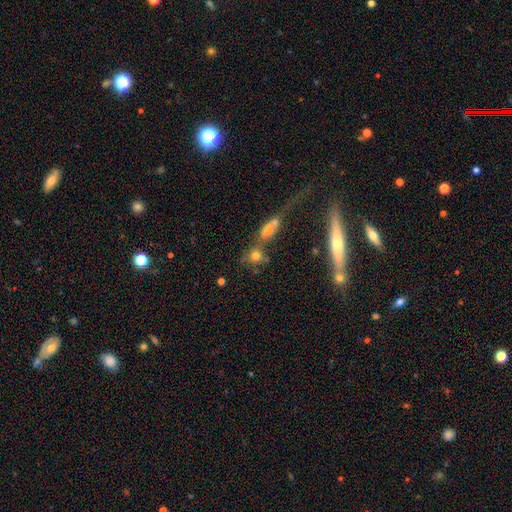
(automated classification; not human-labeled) This is likely a smooth galaxy (65%). How rounded: likely round (64%). Merging: marginally none (42%).